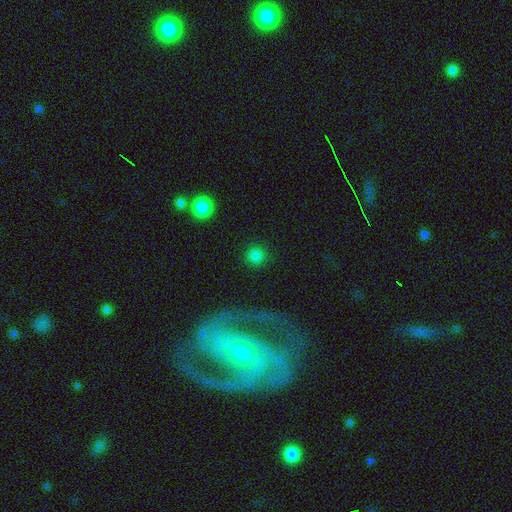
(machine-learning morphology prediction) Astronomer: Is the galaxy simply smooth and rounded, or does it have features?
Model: smooth — 82%.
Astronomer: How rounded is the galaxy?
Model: round — 95%.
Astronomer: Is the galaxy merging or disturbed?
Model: none — 89%.